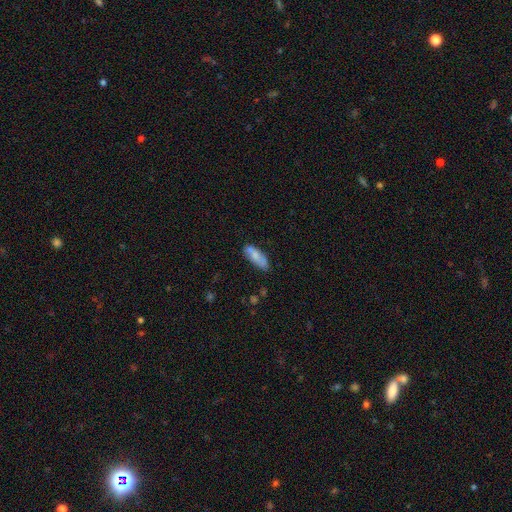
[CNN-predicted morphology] This appears to be a smooth galaxy with no disk features (68%) that is in between round and cigar-shaped (68%). Merging: none (66%).